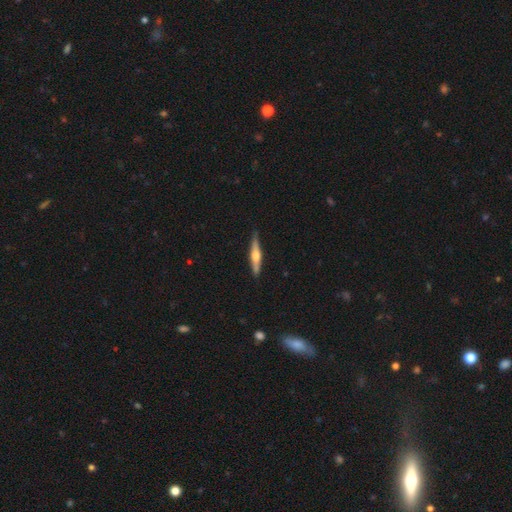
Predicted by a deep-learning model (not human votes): Smooth or featured? Predicted: featured or disk (p=0.67). Edge-on disk? Predicted: yes (p=0.97). Edge-on bulge? Predicted: rounded (p=0.89). Merging? Predicted: none (p=0.87).